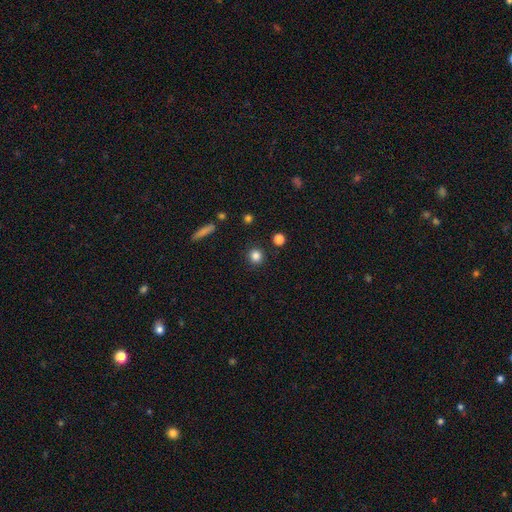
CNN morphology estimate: A smooth galaxy with no disk features (84%) that is round (92%).

Vote fractions:
- Smooth or featured? smooth: 84% / star or artifact: 11% / featured or disk: 5%
- How rounded? round: 92% / in between: 6% / cigar-shaped: 1%
- Merging? none: 90% / minor disturbance: 6% / major disturbance: 2% / merger: 2%